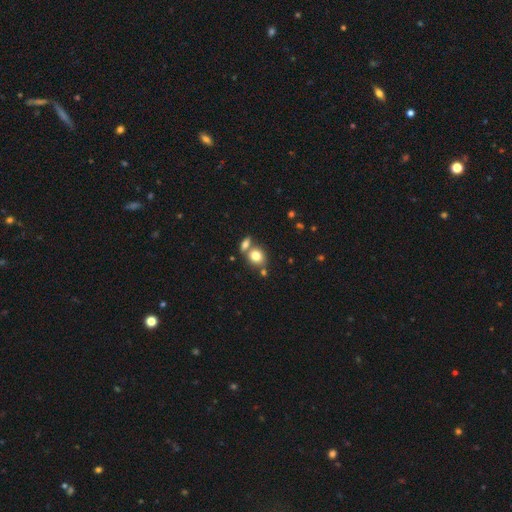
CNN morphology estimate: smooth 79%, featured or disk 11%, star or artifact 10%. Down the decision tree: how rounded — round (61%); merging — none (52%).